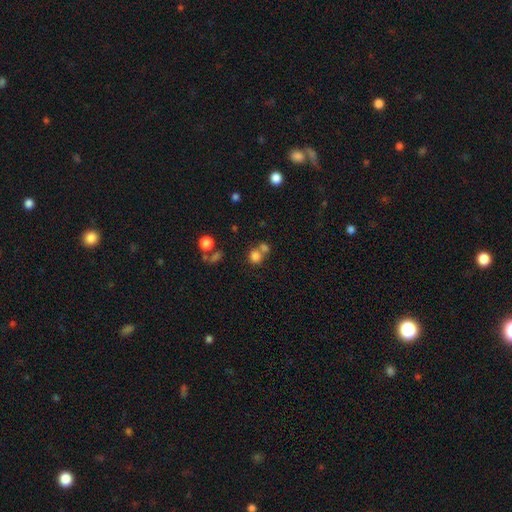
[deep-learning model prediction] This is likely a smooth galaxy (77%). How rounded: clearly round (82%). Merging: possibly none (50%).